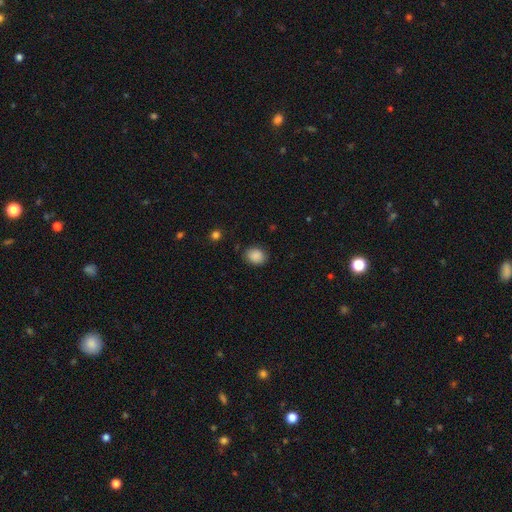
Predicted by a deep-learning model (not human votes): smooth 88%, star or artifact 9%, featured or disk 3%. Down the decision tree: how rounded — round (52%); merging — none (84%).